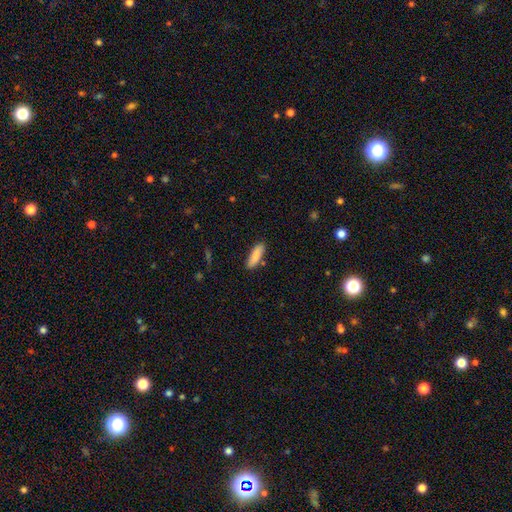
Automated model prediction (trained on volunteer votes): smooth-or-featured: smooth: 86% | featured or disk: 8% | star or artifact: 6%
  how-rounded: cigar-shaped: 54% | in between: 44% | round: 2%
  merging: none: 83% | minor disturbance: 11% | merger: 4% | major disturbance: 2%